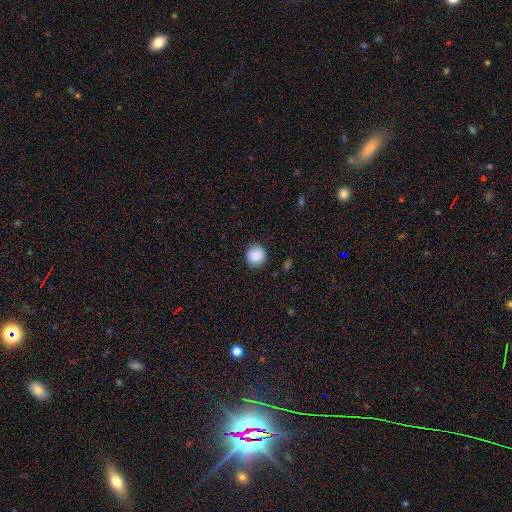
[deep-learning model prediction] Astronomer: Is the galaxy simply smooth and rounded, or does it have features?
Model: smooth — 88%.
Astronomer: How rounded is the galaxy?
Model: round — 92%.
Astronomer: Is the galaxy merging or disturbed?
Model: none — 88%.